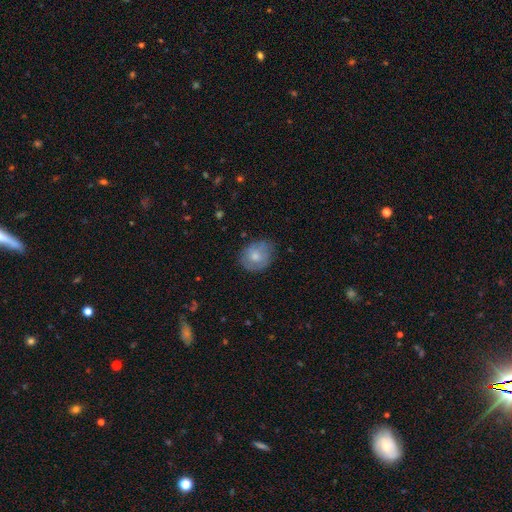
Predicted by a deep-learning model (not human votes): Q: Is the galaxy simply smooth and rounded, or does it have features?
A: smooth — 71%.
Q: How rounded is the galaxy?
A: round — 63%.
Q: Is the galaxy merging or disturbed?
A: none — 70%.